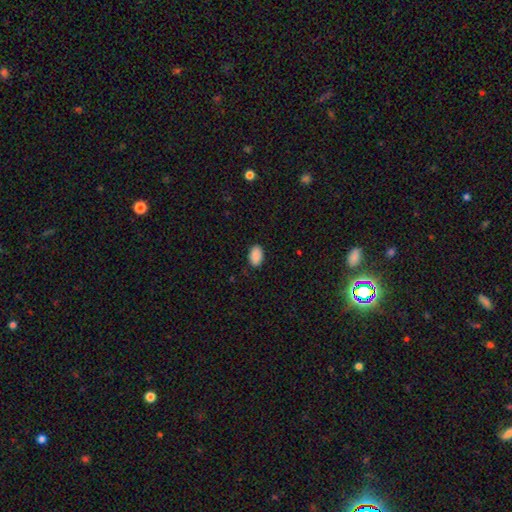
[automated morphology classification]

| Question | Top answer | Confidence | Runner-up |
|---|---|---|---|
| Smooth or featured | smooth | 90% | star or artifact (7%) |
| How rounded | in between | 91% | round (8%) |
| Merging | none | 87% | minor disturbance (10%) |